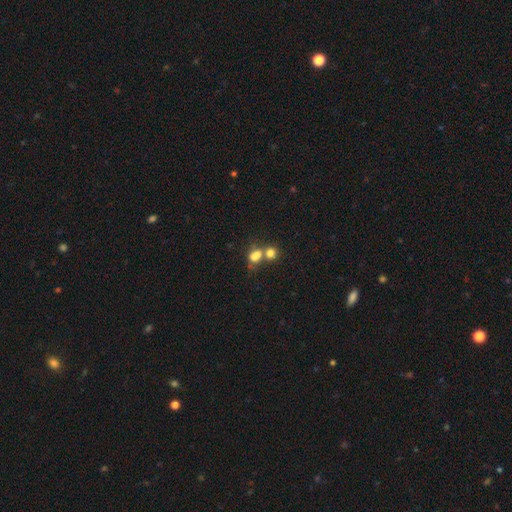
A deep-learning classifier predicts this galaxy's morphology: A smooth galaxy with no disk features (74%) that is in between round and cigar-shaped (57%).

Vote fractions:
- Smooth or featured? smooth: 74% / star or artifact: 15% / featured or disk: 12%
- How rounded? in between: 57% / round: 40% / cigar-shaped: 2%
- Merging? merger: 50% / none: 34% / minor disturbance: 9% / major disturbance: 6%